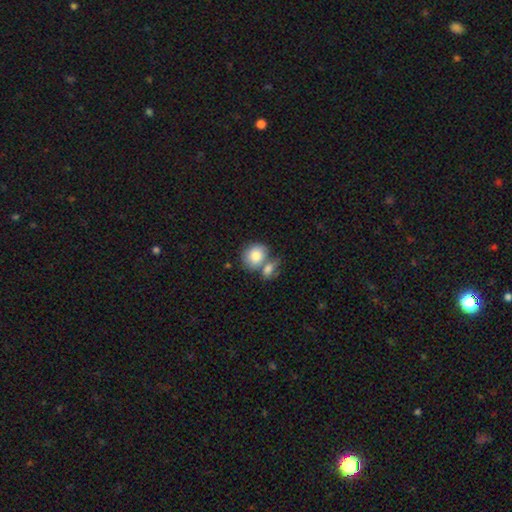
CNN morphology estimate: Smooth or featured?
  - smooth: 82% *
  - featured or disk: 12%
  - star or artifact: 7%
How rounded?
  - round: 64% *
  - in between: 35%
  - cigar-shaped: 1%
Merging?
  - merger: 44% *
  - none: 40%
  - minor disturbance: 12%
  - major disturbance: 4%